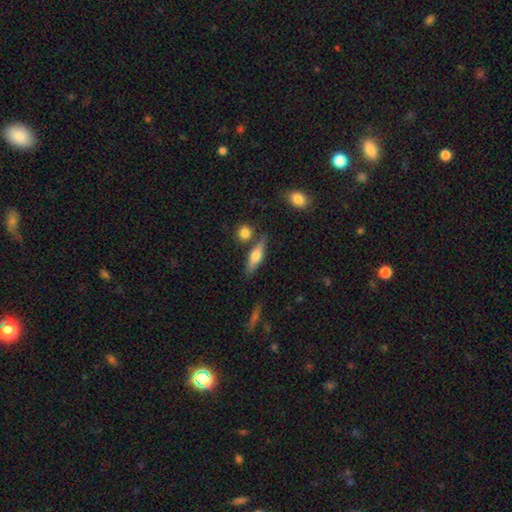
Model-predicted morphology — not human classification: This is possibly a smooth galaxy (54%). How rounded: possibly cigar-shaped (55%). Merging: likely none (73%).